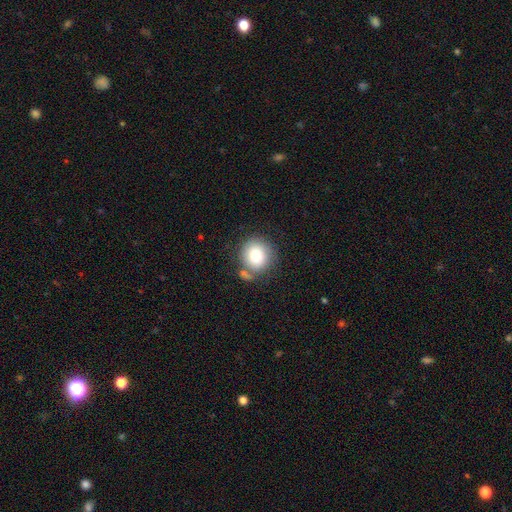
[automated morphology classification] Smooth or featured?
  - smooth: 82% *
  - featured or disk: 10%
  - star or artifact: 8%
How rounded?
  - round: 87% *
  - in between: 12%
  - cigar-shaped: 1%
Merging?
  - none: 63% *
  - minor disturbance: 16%
  - merger: 15%
  - major disturbance: 6%